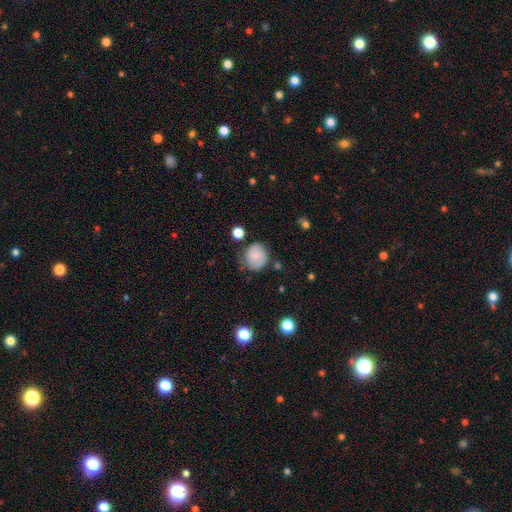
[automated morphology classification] Q: Smooth or featured?
A: smooth (62%); runner-up: featured or disk (30%)
Q: How rounded?
A: round (75%); runner-up: in between (24%)
Q: Merging?
A: none (56%); runner-up: minor disturbance (30%)